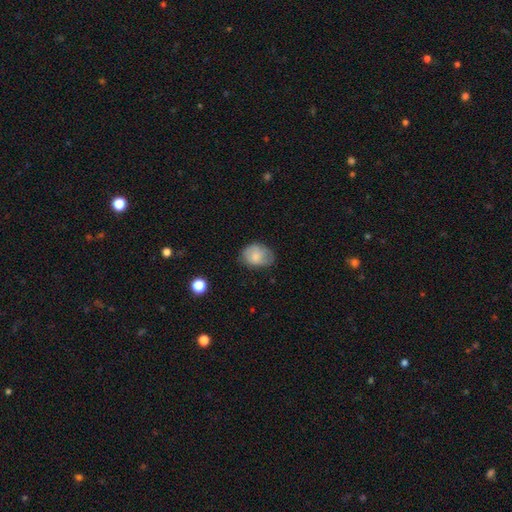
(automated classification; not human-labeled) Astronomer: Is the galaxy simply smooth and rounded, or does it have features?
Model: smooth — 78%.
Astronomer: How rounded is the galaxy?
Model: in between — 64%.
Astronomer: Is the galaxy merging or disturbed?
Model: none — 62%.